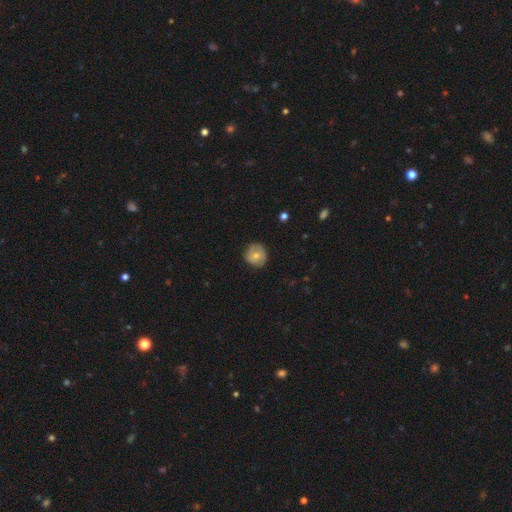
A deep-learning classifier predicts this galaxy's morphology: Smooth or featured? smooth (64%)
How rounded? round (89%)
Merging? none (79%)